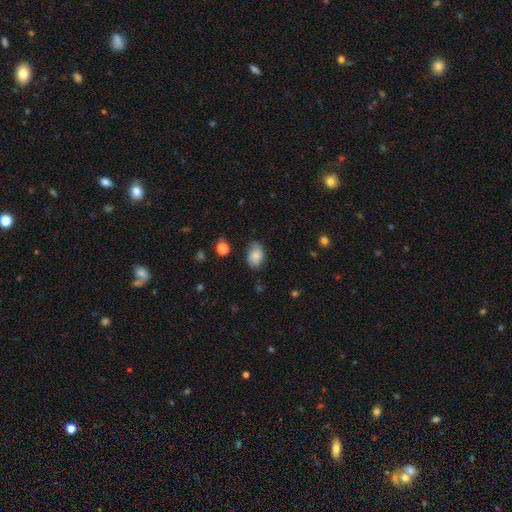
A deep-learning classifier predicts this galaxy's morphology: smooth-or-featured: smooth: 85% | star or artifact: 8% | featured or disk: 7%
  how-rounded: in between: 85% | round: 14% | cigar-shaped: 1%
  merging: none: 75% | minor disturbance: 19% | major disturbance: 4% | merger: 2%